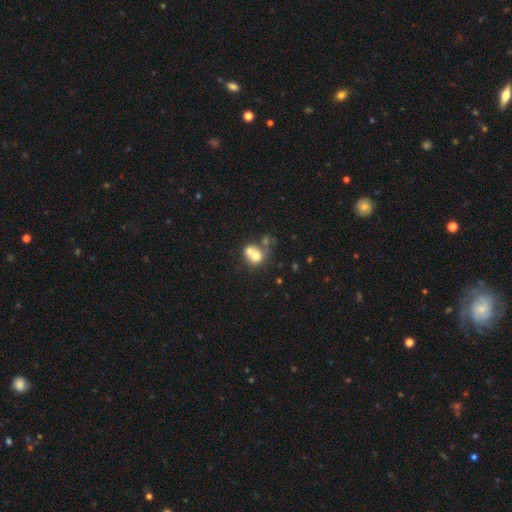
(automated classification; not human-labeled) This appears to be a smooth galaxy with no disk features (64%) that is round (75%). Merging: merger (60%).